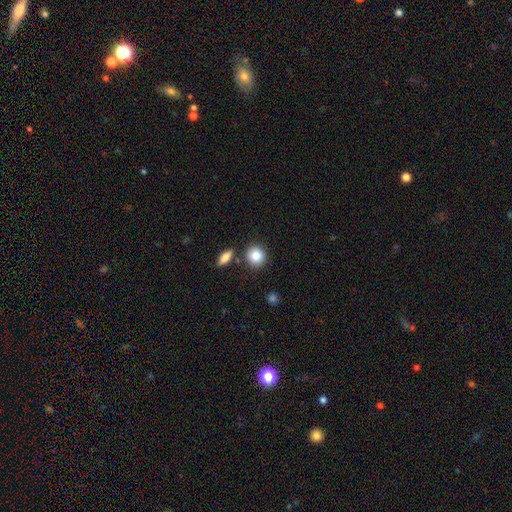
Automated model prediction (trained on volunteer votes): Smooth or featured: smooth — 86% (star or artifact — 8%)
How rounded: round — 85% (in between — 14%)
Merging: none — 81% (minor disturbance — 9%)